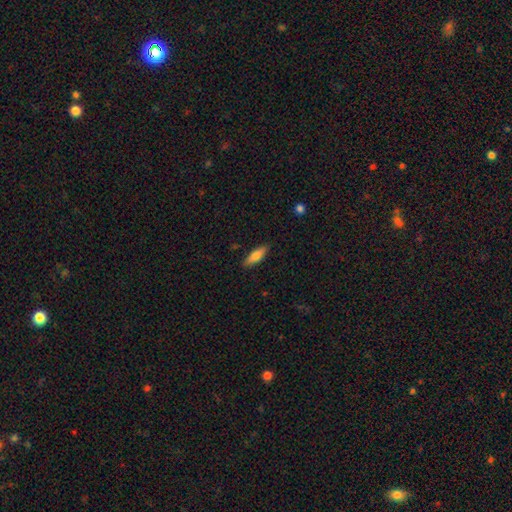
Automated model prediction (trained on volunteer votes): A smooth galaxy with no disk features (70%) that is cigar-shaped (57%).

Vote fractions:
- Smooth or featured? smooth: 70% / featured or disk: 24% / star or artifact: 6%
- How rounded? cigar-shaped: 57% / in between: 41% / round: 2%
- Merging? none: 87% / minor disturbance: 10% / major disturbance: 2% / merger: 1%